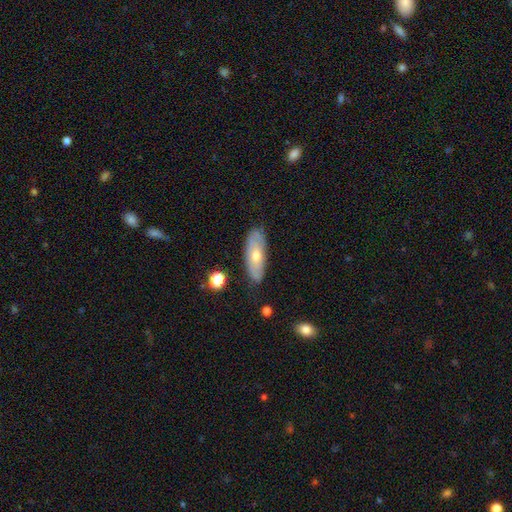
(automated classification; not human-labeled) Morphology: type=smooth (52%); roundness=in between (72%); merging=none (79%).